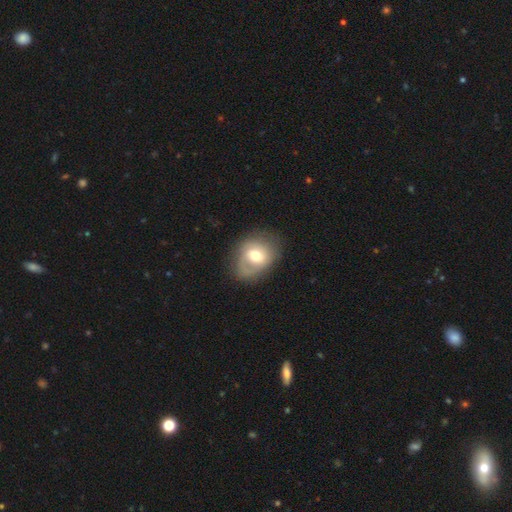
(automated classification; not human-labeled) Smooth or featured: smooth — 57% (featured or disk — 35%)
How rounded: in between — 53% (round — 46%)
Merging: none — 62% (minor disturbance — 24%)